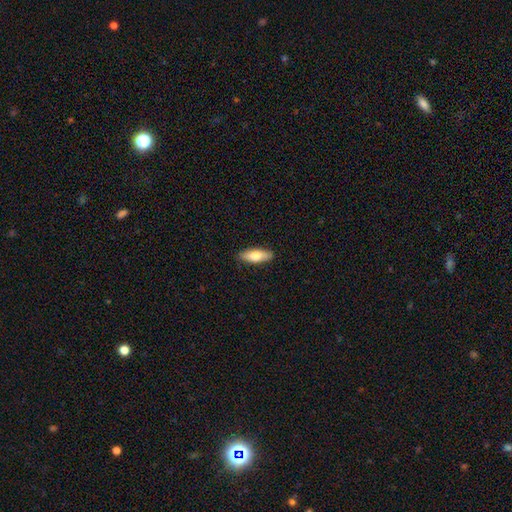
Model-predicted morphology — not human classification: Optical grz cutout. It shows a smooth galaxy with no disk features (70%) that is in between round and cigar-shaped (60%). Merging: none (89%).